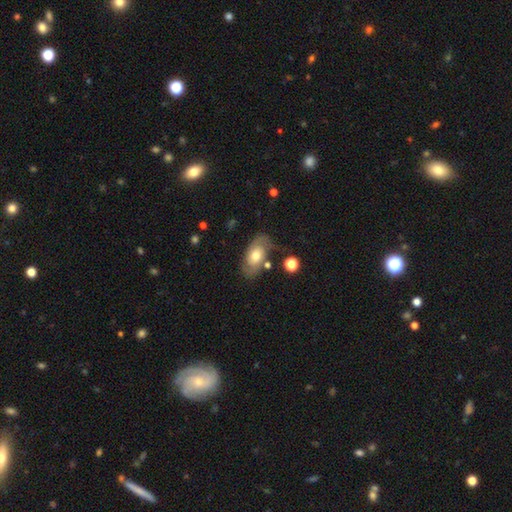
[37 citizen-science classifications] Smooth or featured: featured or disk — 54% (smooth — 43%)
Edge-on disk: no — 85% (yes — 15%)
Bar: no — 88% (weak — 12%)
Spiral arms: yes — 71% (no — 29%)
Spiral winding: medium — 58% (tight — 25%)
Spiral arm count: 2 — 92% (can't tell — 8%)
Bulge size: moderate — 76% (large — 24%)
Merging: none — 83% (minor disturbance — 11%)